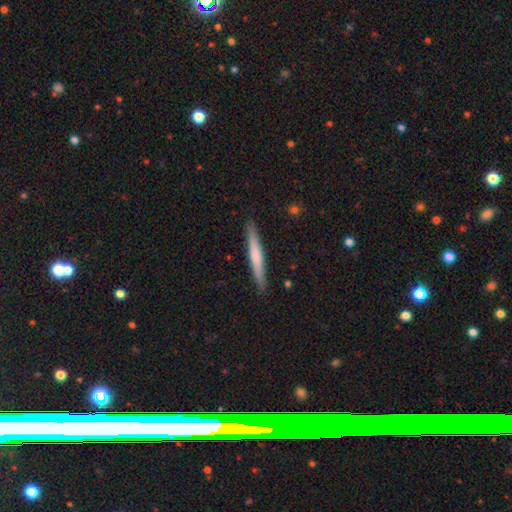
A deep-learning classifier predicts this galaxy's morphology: smooth-or-featured: smooth: 55% | featured or disk: 39% | star or artifact: 5%
  how-rounded: cigar-shaped: 96% | in between: 3% | round: 1%
  merging: none: 91% | minor disturbance: 7% | major disturbance: 1% | merger: 1%